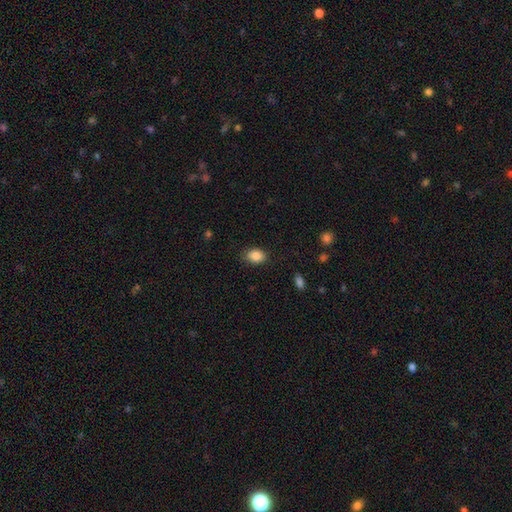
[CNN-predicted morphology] smooth_or_featured: smooth (p=0.87) [alt: star or artifact p=0.09]
how_rounded: in between (p=0.74) [alt: round p=0.25]
merging: none (p=0.84) [alt: minor disturbance p=0.12]